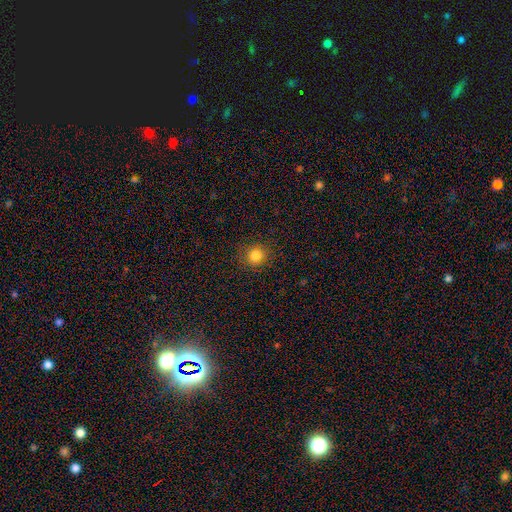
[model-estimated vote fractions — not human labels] A smooth galaxy with no disk features (83%) that is round (88%).

Vote fractions:
- Smooth or featured? smooth: 83% / star or artifact: 12% / featured or disk: 4%
- How rounded? round: 88% / in between: 11% / cigar-shaped: 1%
- Merging? none: 89% / minor disturbance: 7% / major disturbance: 3% / merger: 1%